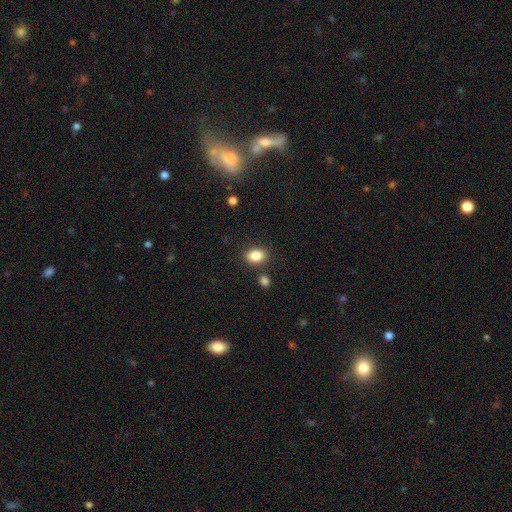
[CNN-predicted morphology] This appears to be a smooth galaxy with no disk features (85%) that is in between round and cigar-shaped (69%). Merging: none (81%).